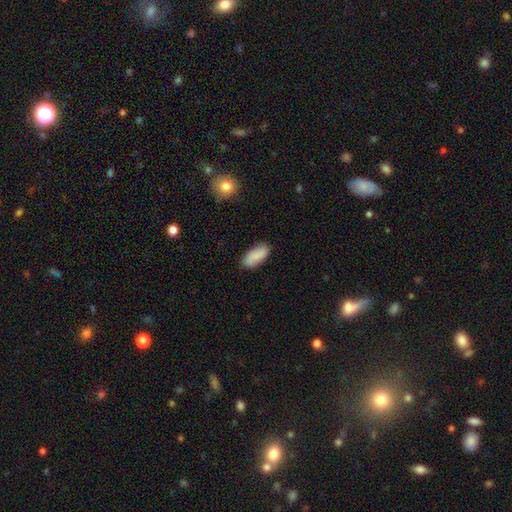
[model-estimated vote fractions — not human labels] The model was most divided on "merging": none: 81%, minor disturbance: 14%, major disturbance: 3%, merger: 2%. More confident: how rounded — in between (89%); smooth or featured — smooth (83%).